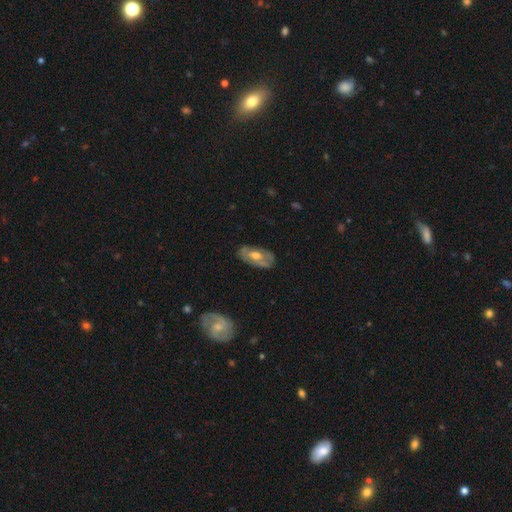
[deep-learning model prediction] The model was most divided on "spiral arms": no: 57%, yes: 43%. More confident: edge-on disk — no (87%); merging — none (74%); bulge size — moderate (69%); bar — no (59%); smooth or featured — featured or disk (58%).